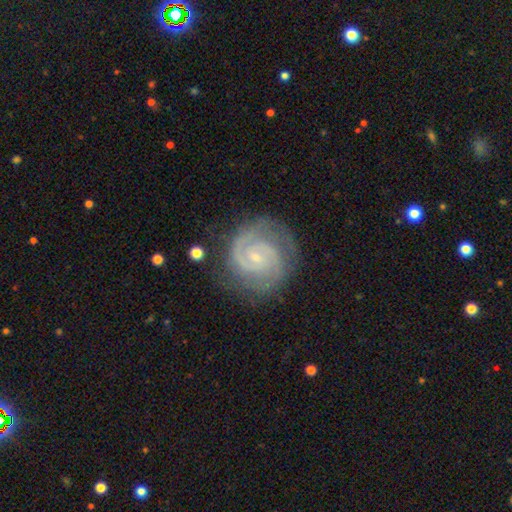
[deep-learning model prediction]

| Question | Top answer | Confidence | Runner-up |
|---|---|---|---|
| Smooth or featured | featured or disk | 89% | smooth (6%) |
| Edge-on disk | no | 98% | yes (2%) |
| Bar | no | 63% | weak (31%) |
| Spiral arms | yes | 98% | no (2%) |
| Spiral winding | tight | 64% | medium (31%) |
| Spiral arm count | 2 | 74% | 3 (11%) |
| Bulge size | small | 82% | moderate (12%) |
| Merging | none | 80% | minor disturbance (14%) |